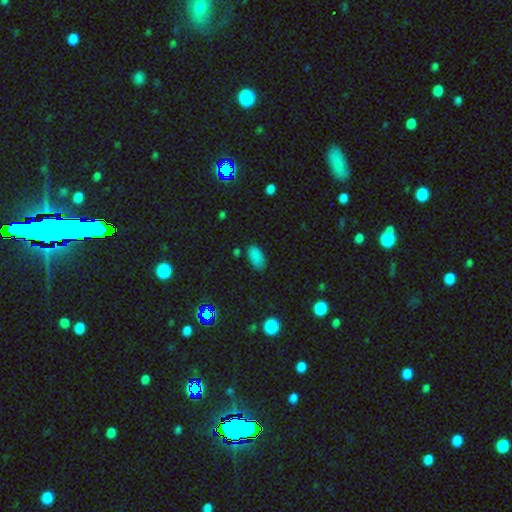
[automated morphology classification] smooth-or-featured: smooth: 80% | star or artifact: 15% | featured or disk: 4%
  how-rounded: in between: 93% | round: 4% | cigar-shaped: 3%
  merging: none: 78% | minor disturbance: 15% | major disturbance: 4% | merger: 2%